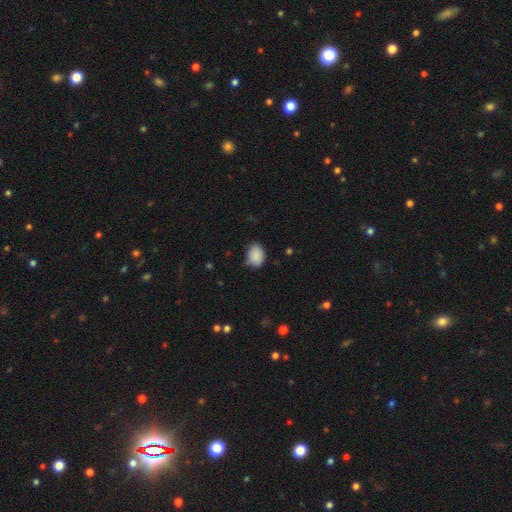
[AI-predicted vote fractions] smooth 89%, star or artifact 8%, featured or disk 4%. Down the decision tree: how rounded — in between (74%); merging — none (67%).